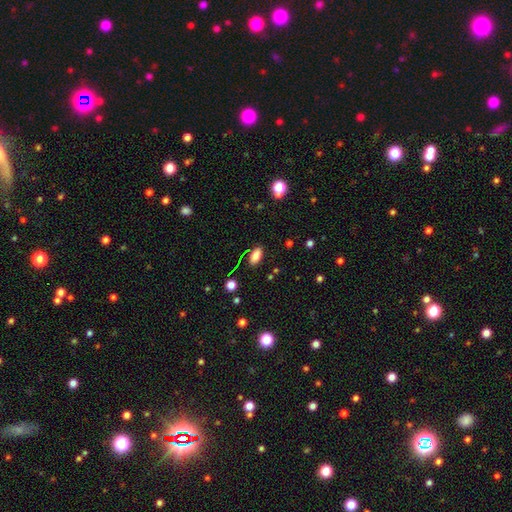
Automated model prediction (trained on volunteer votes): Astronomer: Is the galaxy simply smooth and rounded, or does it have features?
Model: smooth — 79%.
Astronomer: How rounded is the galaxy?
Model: in between — 90%.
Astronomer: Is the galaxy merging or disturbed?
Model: none — 82%.